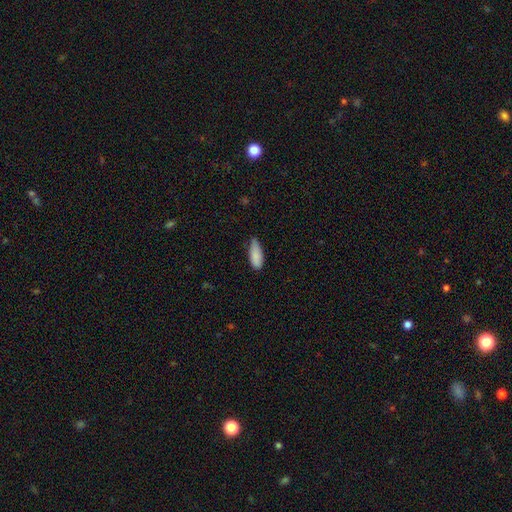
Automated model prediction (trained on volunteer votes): The model was most divided on "merging": none: 54%, minor disturbance: 39%, major disturbance: 6%, merger: 2%. More confident: smooth or featured — smooth (87%); how rounded — in between (76%).